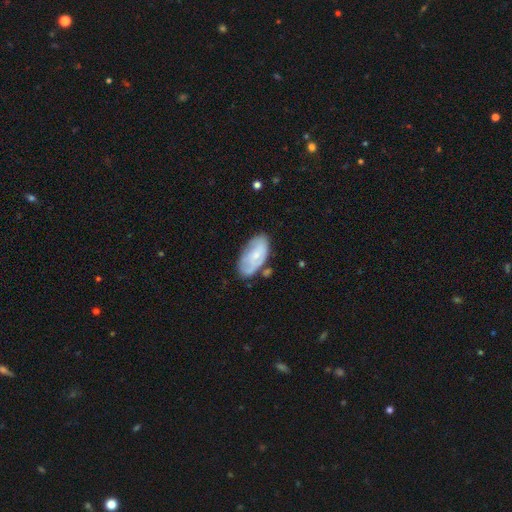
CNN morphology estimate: smooth 54%, featured or disk 40%, star or artifact 7%. Down the decision tree: how rounded — in between (93%); merging — none (60%).